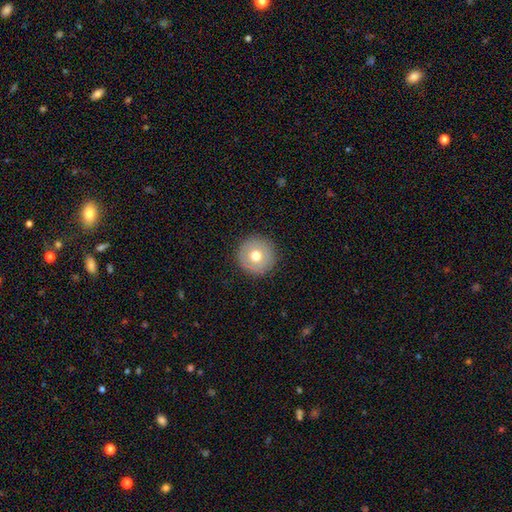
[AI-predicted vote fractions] A smooth galaxy with no disk features (70%) that is round (96%). Merging: none (92%).